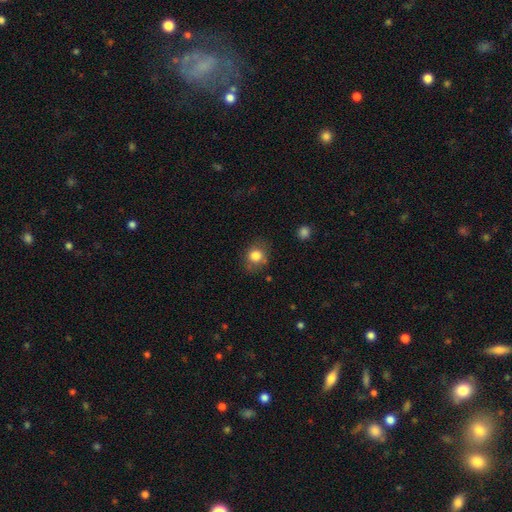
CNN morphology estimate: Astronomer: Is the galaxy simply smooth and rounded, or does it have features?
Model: smooth — 81%.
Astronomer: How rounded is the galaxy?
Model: round — 72%.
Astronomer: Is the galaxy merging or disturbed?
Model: none — 72%.